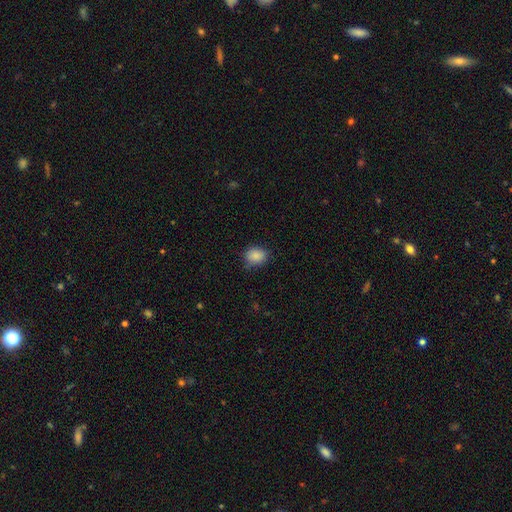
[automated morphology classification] smooth-or-featured: smooth: 87% | star or artifact: 9% | featured or disk: 4%
  how-rounded: in between: 54% | round: 45% | cigar-shaped: 1%
  merging: none: 77% | minor disturbance: 18% | major disturbance: 3% | merger: 1%